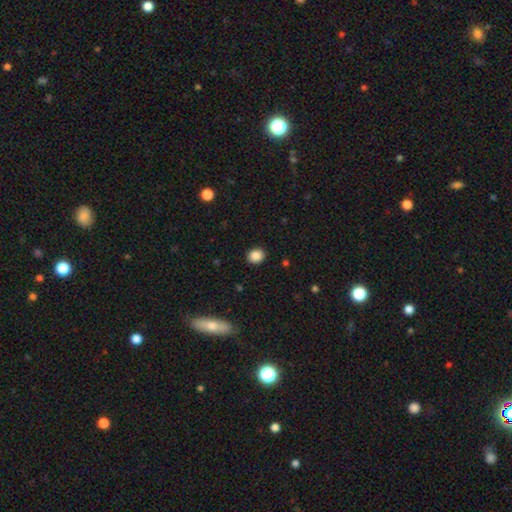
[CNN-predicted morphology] The model was most divided on "how rounded": round: 66%, in between: 33%, cigar-shaped: 1%. More confident: merging — none (91%); smooth or featured — smooth (87%).